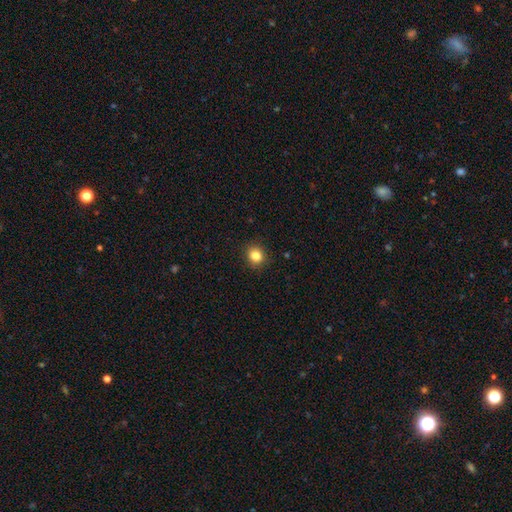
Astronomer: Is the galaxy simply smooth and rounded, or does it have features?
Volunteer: smooth — 82%.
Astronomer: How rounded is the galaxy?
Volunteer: round — 84%.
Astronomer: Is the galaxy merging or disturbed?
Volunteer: none — 86%.